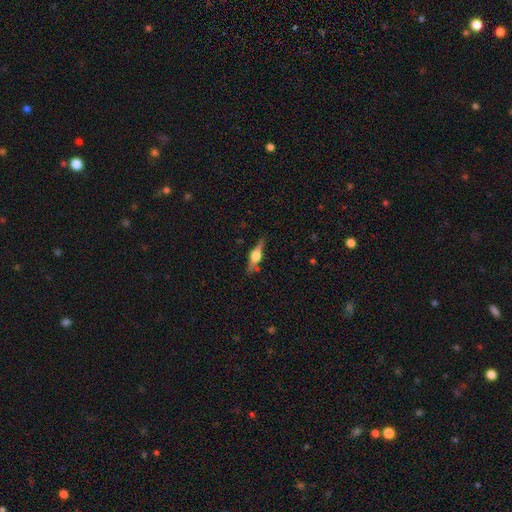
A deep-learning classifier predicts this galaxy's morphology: A featured or disk galaxy (70%) viewed edge-on (97%) with a rounded central bulge (93%).

Vote fractions:
- Smooth or featured? featured or disk: 70% / smooth: 24% / star or artifact: 6%
- Edge-on disk? yes: 97% / no: 3%
- Edge-on bulge? rounded: 93% / boxy: 5% / none: 2%
- Merging? none: 84% / minor disturbance: 11% / major disturbance: 3% / merger: 2%